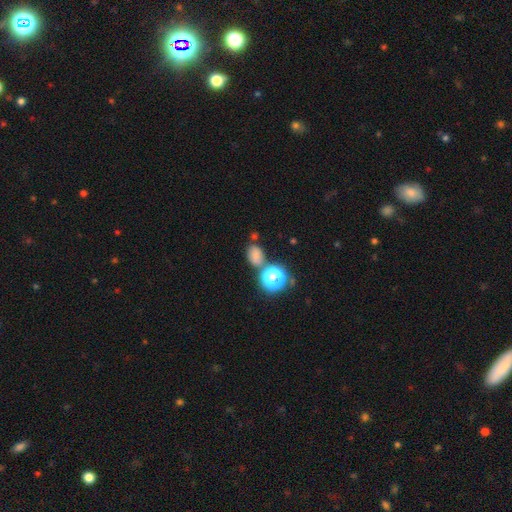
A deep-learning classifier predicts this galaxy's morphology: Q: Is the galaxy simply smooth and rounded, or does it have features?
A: smooth — 70%.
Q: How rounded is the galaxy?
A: in between — 64%.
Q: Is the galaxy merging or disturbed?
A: none — 62%.